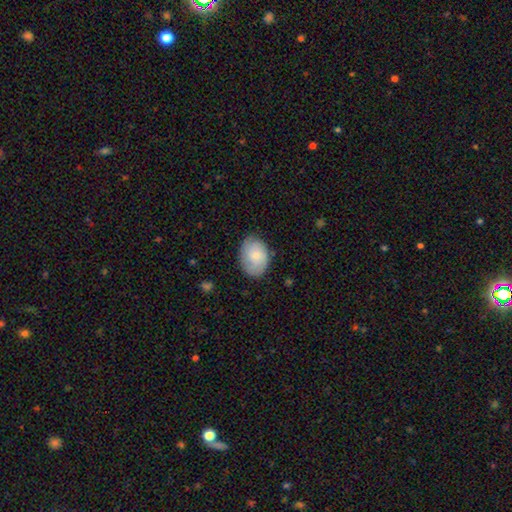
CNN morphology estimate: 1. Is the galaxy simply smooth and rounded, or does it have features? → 75% smooth, 18% featured or disk, 6% star or artifact.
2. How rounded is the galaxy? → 73% in between, 26% round, 1% cigar-shaped.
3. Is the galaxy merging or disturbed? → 76% none, 19% minor disturbance, 4% major disturbance, 1% merger.